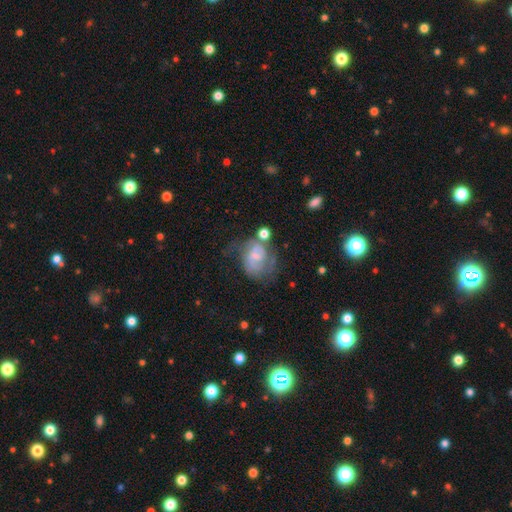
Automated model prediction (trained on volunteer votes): smooth-or-featured: featured or disk: 65% | smooth: 27% | star or artifact: 8%
  disk-edge-on: no: 97% | yes: 3%
    bar: no: 58% | weak: 35% | strong: 6%
    has-spiral-arms: yes: 79% | no: 21%
    bulge-size: small: 63% | moderate: 25% | none: 9% | large: 2% | dominant: 1%
  merging: none: 34% | major disturbance: 29% | minor disturbance: 24% | merger: 12%